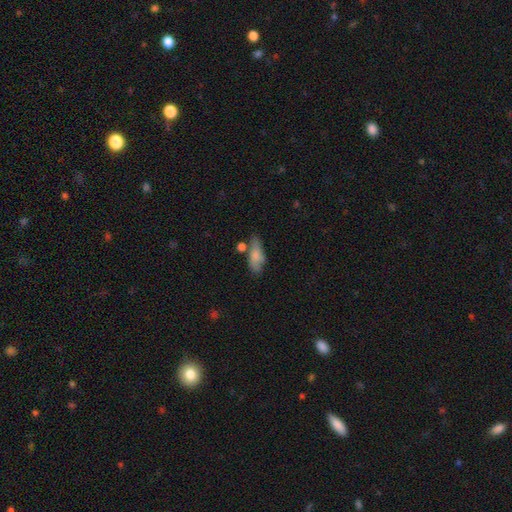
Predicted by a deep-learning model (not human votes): The model was most divided on "merging": none: 54%, minor disturbance: 24%, merger: 14%, major disturbance: 8%. More confident: smooth or featured — smooth (75%); how rounded — in between (75%).